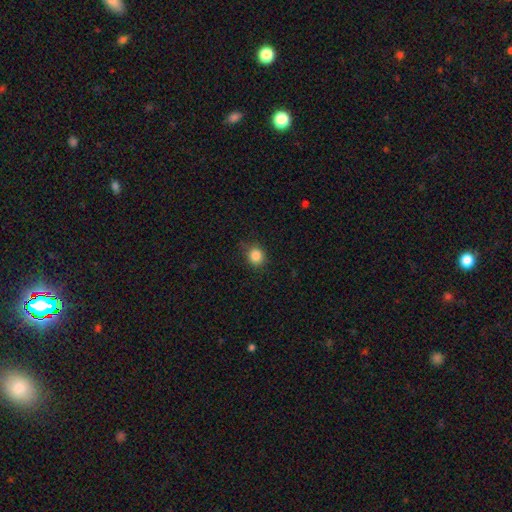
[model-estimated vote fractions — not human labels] Q: Smooth or featured?
A: smooth (84%); runner-up: star or artifact (11%)
Q: How rounded?
A: round (82%); runner-up: in between (17%)
Q: Merging?
A: none (81%); runner-up: minor disturbance (15%)